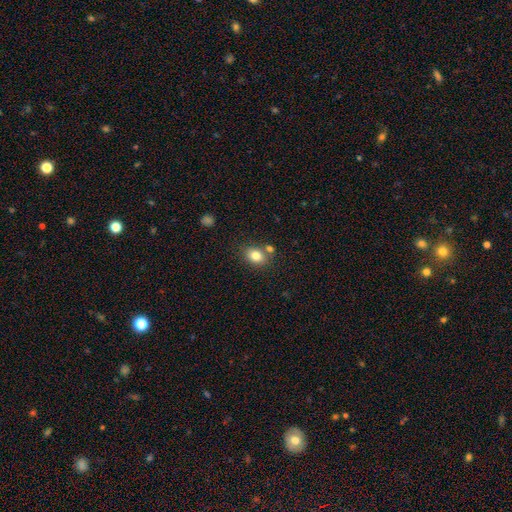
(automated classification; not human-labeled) Morphology: type=smooth (82%); roundness=in between (62%); merging=none (71%).